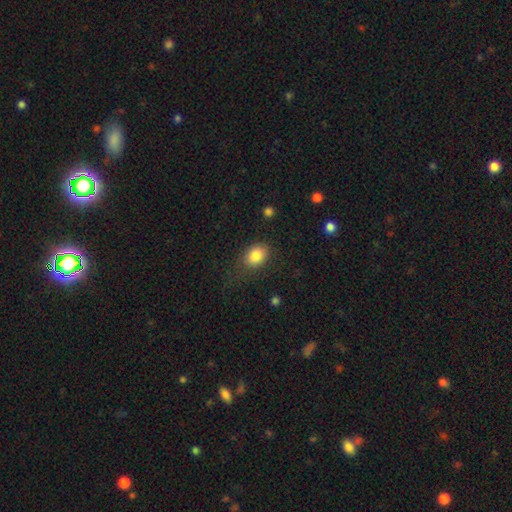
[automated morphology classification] This is clearly a smooth galaxy (84%). How rounded: likely in between (71%). Merging: likely none (71%).